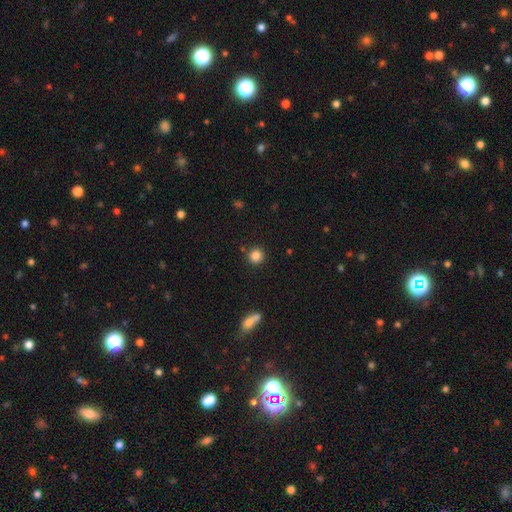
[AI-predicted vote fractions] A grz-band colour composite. It shows a smooth galaxy with no disk features (85%) that is round (94%). Merging: none (88%).